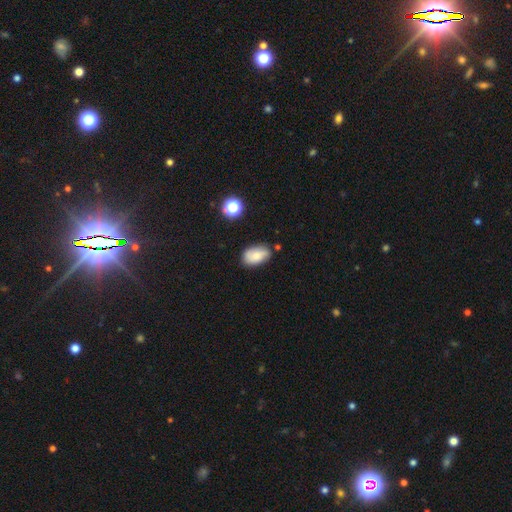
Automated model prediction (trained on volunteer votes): Smooth or featured? Predicted: smooth (p=0.71). How rounded? Predicted: in between (p=0.90). Merging? Predicted: none (p=0.68).